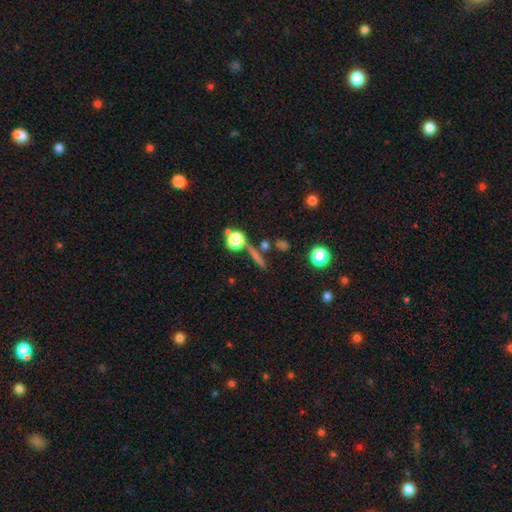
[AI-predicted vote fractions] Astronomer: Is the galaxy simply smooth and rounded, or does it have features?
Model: smooth — 40% (runner-up: featured or disk, 33%).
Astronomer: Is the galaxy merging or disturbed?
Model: none — 78%.